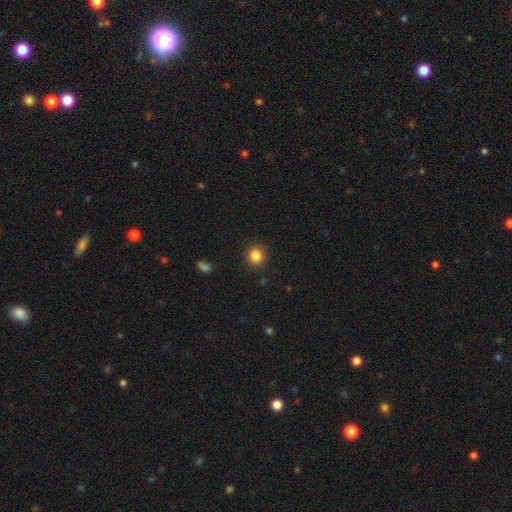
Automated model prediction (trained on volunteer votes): smooth-or-featured: smooth: 85% | star or artifact: 11% | featured or disk: 4%
  how-rounded: round: 85% | in between: 14% | cigar-shaped: 1%
  merging: none: 90% | minor disturbance: 7% | major disturbance: 2% | merger: 1%